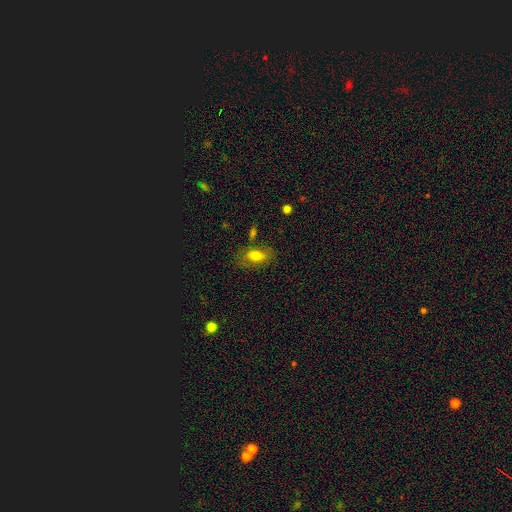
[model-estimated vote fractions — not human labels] Smooth or featured?
  - smooth: 71% *
  - featured or disk: 20%
  - star or artifact: 9%
How rounded?
  - in between: 86% *
  - round: 9%
  - cigar-shaped: 5%
Merging?
  - none: 70% *
  - minor disturbance: 17%
  - major disturbance: 7%
  - merger: 6%